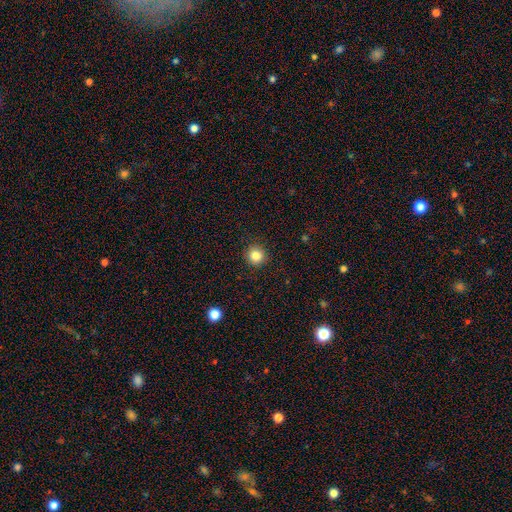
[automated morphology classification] Smooth or featured? Predicted: smooth (p=0.85). How rounded? Predicted: round (p=0.93). Merging? Predicted: none (p=0.91).